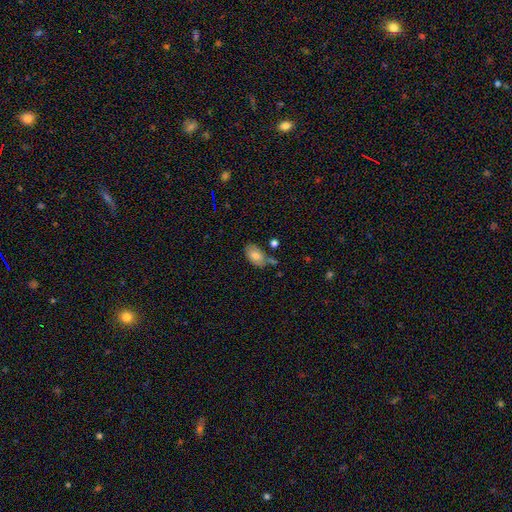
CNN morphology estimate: A smooth galaxy with no disk features (76%) that is in between round and cigar-shaped (91%).

Vote fractions:
- Smooth or featured? smooth: 76% / featured or disk: 16% / star or artifact: 8%
- How rounded? in between: 91% / round: 8% / cigar-shaped: 2%
- Merging? none: 52% / minor disturbance: 26% / merger: 14% / major disturbance: 8%